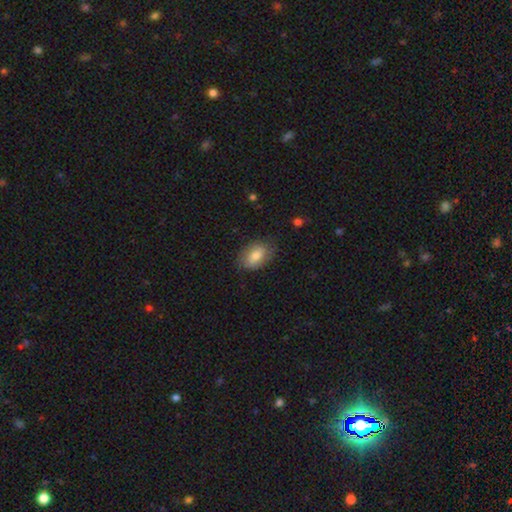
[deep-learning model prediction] Q: Smooth or featured?
A: smooth (74%); runner-up: featured or disk (19%)
Q: How rounded?
A: in between (87%); runner-up: round (11%)
Q: Merging?
A: none (74%); runner-up: minor disturbance (20%)